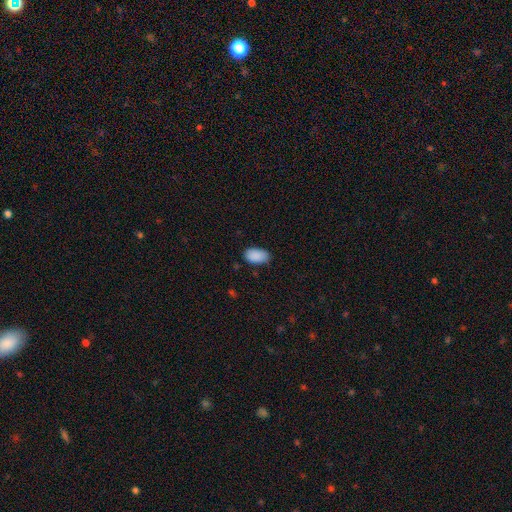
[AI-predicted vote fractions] Q: Smooth or featured?
A: smooth (90%); runner-up: star or artifact (7%)
Q: How rounded?
A: in between (94%); runner-up: round (5%)
Q: Merging?
A: none (80%); runner-up: minor disturbance (16%)